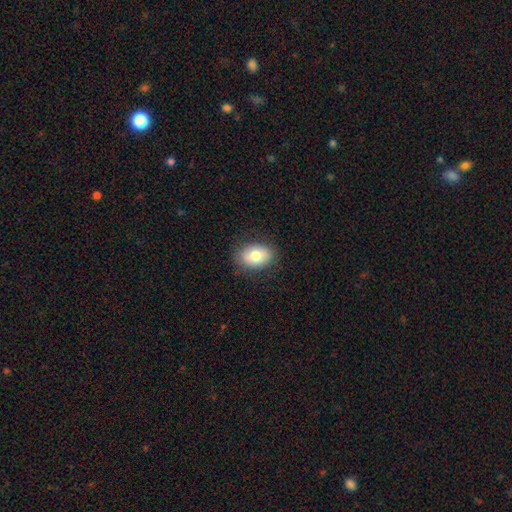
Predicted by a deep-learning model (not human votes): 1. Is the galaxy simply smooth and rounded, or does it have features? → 79% smooth, 13% featured or disk, 8% star or artifact.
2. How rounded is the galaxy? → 80% in between, 19% round, 1% cigar-shaped.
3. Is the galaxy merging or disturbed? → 86% none, 10% minor disturbance, 3% major disturbance, 1% merger.